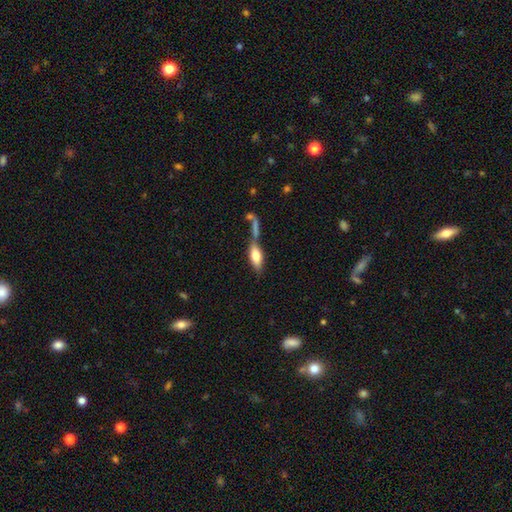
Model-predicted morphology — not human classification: smooth 67%, featured or disk 26%, star or artifact 7%. Down the decision tree: how rounded — in between (71%); merging — none (43%).